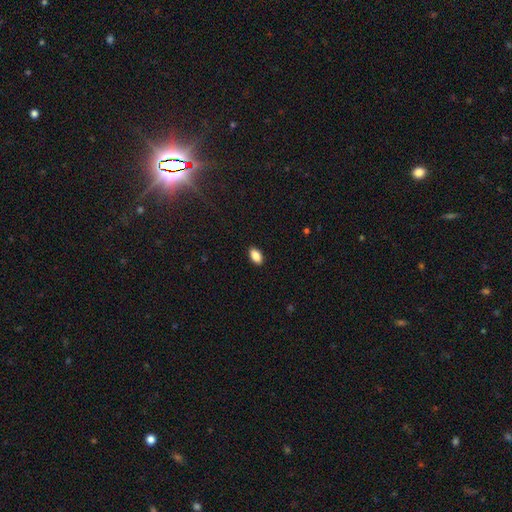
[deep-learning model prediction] smooth_or_featured: smooth (p=0.87) [alt: star or artifact p=0.08]
how_rounded: in between (p=0.92) [alt: round p=0.05]
merging: none (p=0.90) [alt: minor disturbance p=0.08]